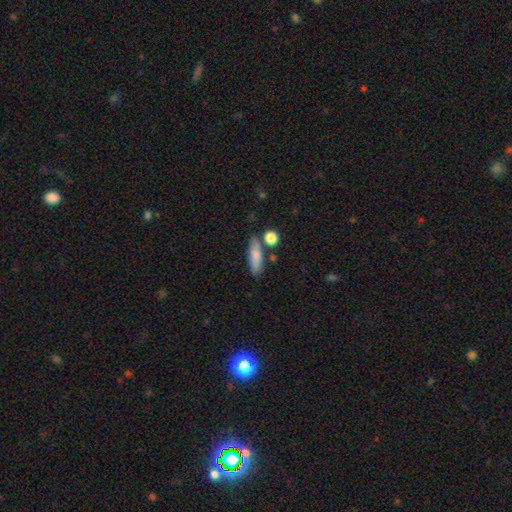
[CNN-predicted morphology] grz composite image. It shows a smooth galaxy with no disk features (79%) that is cigar-shaped (60%). Merging: none (73%).